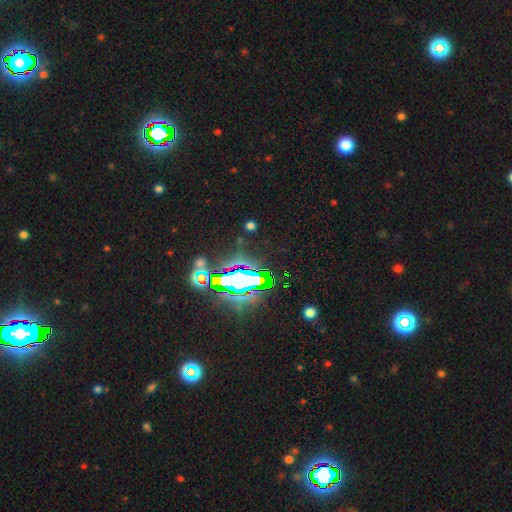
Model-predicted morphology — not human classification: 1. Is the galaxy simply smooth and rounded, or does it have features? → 81% star or artifact, 10% smooth, 9% featured or disk.